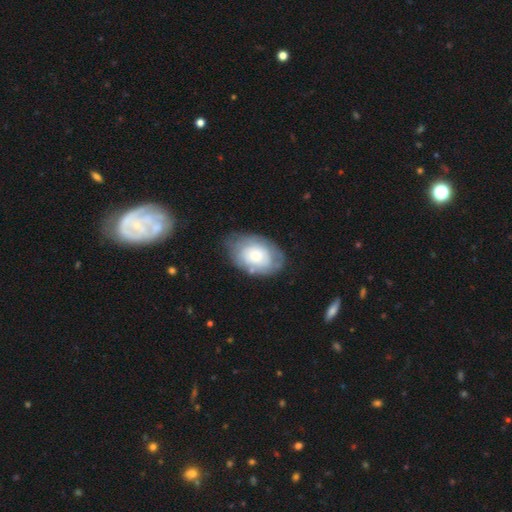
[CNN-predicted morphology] Smooth or featured?
  - smooth: 54% *
  - featured or disk: 39%
  - star or artifact: 7%
How rounded?
  - in between: 85% *
  - round: 14%
  - cigar-shaped: 1%
Merging?
  - none: 65% *
  - minor disturbance: 24%
  - major disturbance: 9%
  - merger: 2%